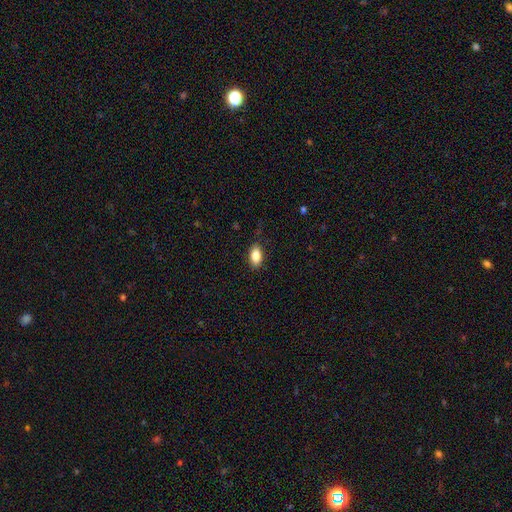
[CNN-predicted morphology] The model was most divided on "merging": none: 84%, minor disturbance: 12%, major disturbance: 3%, merger: 1%. More confident: how rounded — in between (91%); smooth or featured — smooth (87%).